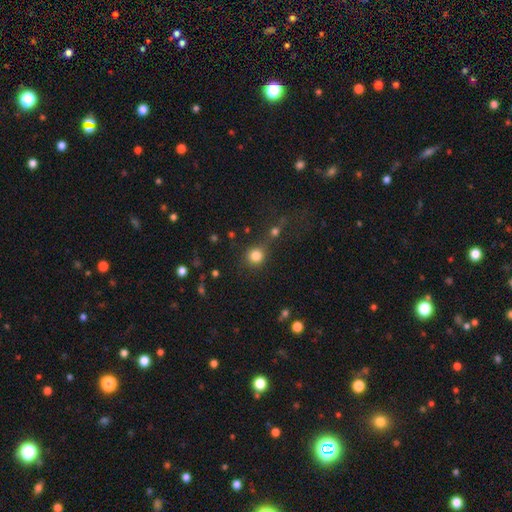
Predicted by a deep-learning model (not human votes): This appears to be a smooth galaxy with no disk features (82%) that is round (90%). Merging: none (68%).